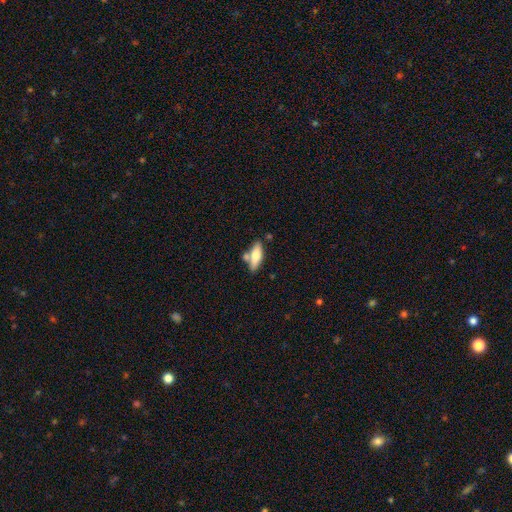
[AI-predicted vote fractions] Overall: smooth (63%; featured or disk 30%). How rounded: in between (61%; cigar-shaped 36%). Merging: none (65%).